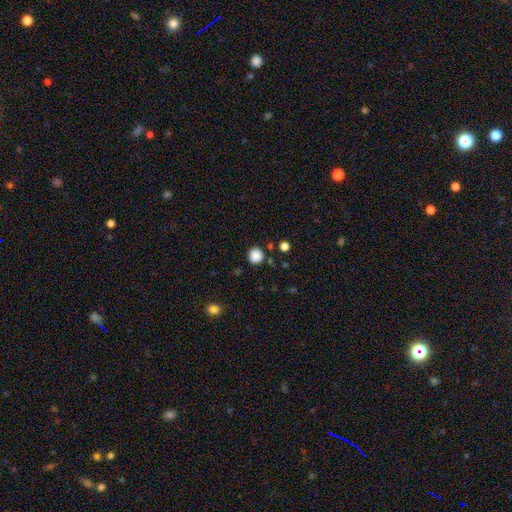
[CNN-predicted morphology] A smooth galaxy with no disk features (87%) that is round (91%). Merging: none (87%).